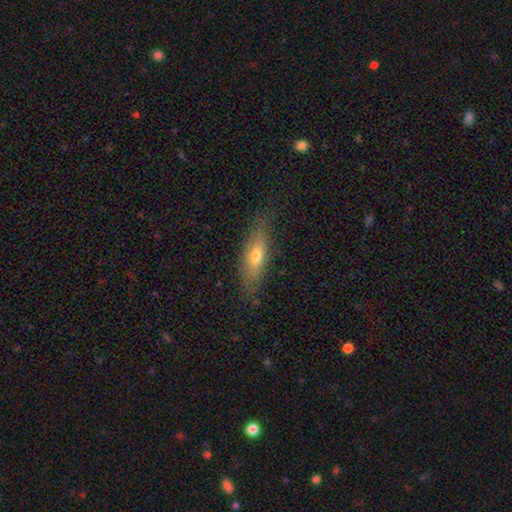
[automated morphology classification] A smooth galaxy with no disk features (62%) that is in between round and cigar-shaped (51%). Merging: none (80%).